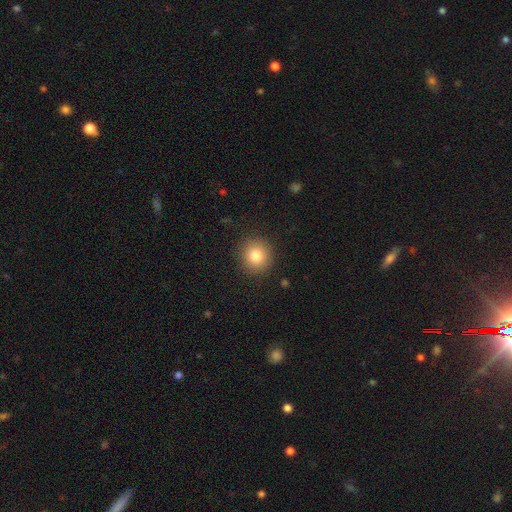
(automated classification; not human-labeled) Smooth or featured? smooth (83%)
How rounded? round (89%)
Merging? none (90%)